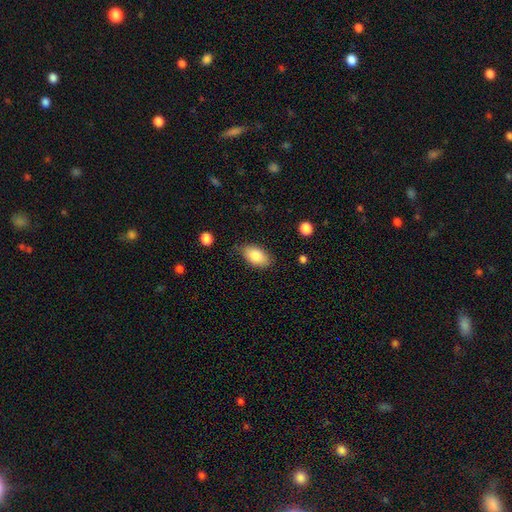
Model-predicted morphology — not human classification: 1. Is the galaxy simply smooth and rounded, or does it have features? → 84% smooth, 9% featured or disk, 7% star or artifact.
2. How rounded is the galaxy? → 93% in between, 5% round, 3% cigar-shaped.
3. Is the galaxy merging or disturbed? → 78% none, 17% minor disturbance, 3% major disturbance, 2% merger.